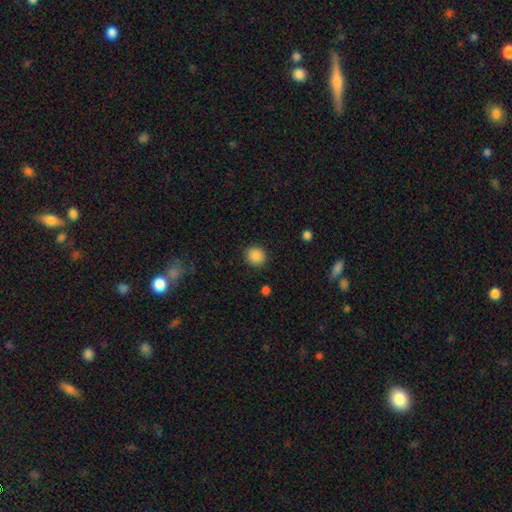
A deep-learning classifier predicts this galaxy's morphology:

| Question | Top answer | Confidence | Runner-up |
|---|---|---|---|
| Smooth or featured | smooth | 88% | star or artifact (9%) |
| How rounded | round | 87% | in between (12%) |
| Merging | none | 89% | minor disturbance (7%) |